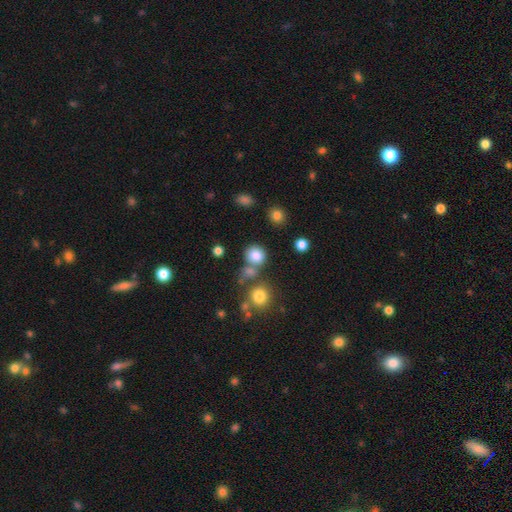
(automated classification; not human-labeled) Smooth or featured?
  - smooth: 81% *
  - star or artifact: 13%
  - featured or disk: 6%
How rounded?
  - round: 86% *
  - in between: 13%
  - cigar-shaped: 1%
Merging?
  - none: 64% *
  - merger: 21%
  - minor disturbance: 10%
  - major disturbance: 4%